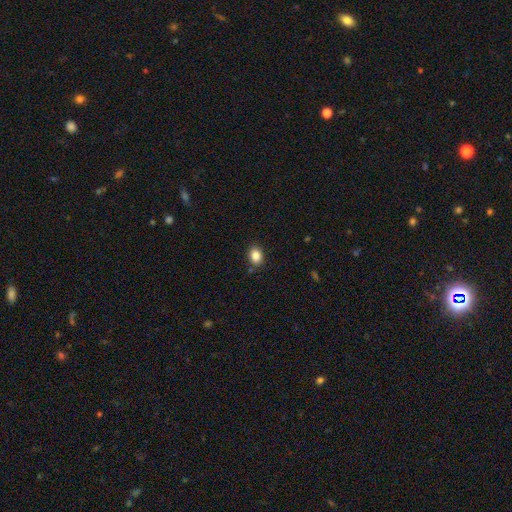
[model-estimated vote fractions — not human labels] smooth-or-featured: smooth: 85% | star or artifact: 10% | featured or disk: 5%
  how-rounded: in between: 56% | round: 43% | cigar-shaped: 1%
  merging: none: 85% | minor disturbance: 10% | merger: 2% | major disturbance: 2%